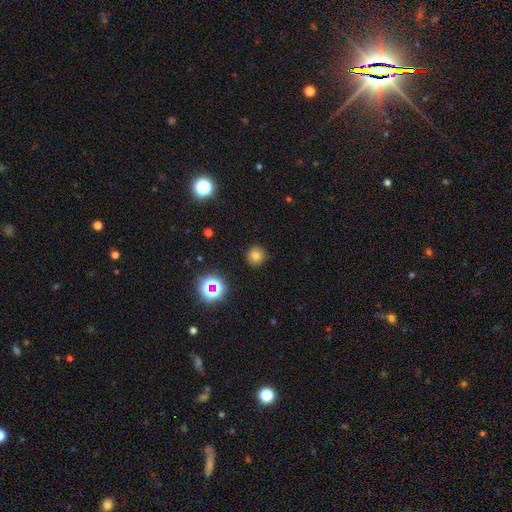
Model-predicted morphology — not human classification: smooth-or-featured: smooth: 71% | star or artifact: 19% | featured or disk: 10%
  how-rounded: round: 93% | in between: 6% | cigar-shaped: 1%
  merging: none: 88% | minor disturbance: 8% | major disturbance: 2% | merger: 1%